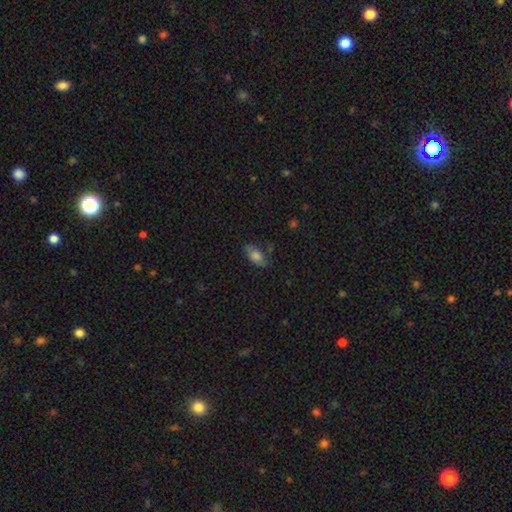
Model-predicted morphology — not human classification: Overall: smooth (73%). How rounded: in between (90%). Merging: none (68%).